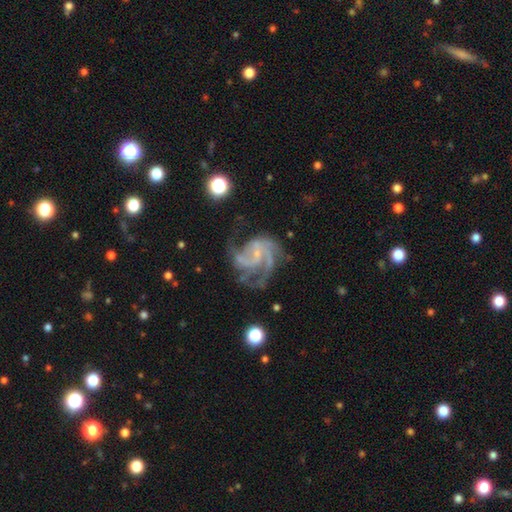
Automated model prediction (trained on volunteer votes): This is clearly a featured or disk galaxy (88%). It is clearly not viewed edge-on (98%). Bar: possibly no (50%). Spiral arm pattern: clearly yes (97%). Spiral arm count: marginally 3 (39%). Spiral winding: possibly medium (55%). Central bulge: likely small (69%). Merging: possibly none (57%).